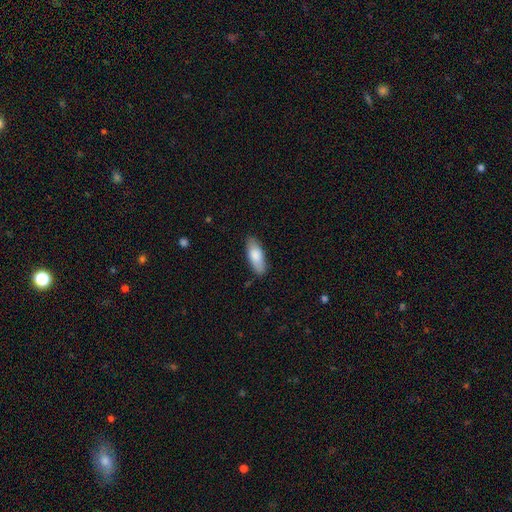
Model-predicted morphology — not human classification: A smooth galaxy with no disk features (82%) that is in between round and cigar-shaped (75%). Merging: none (82%).